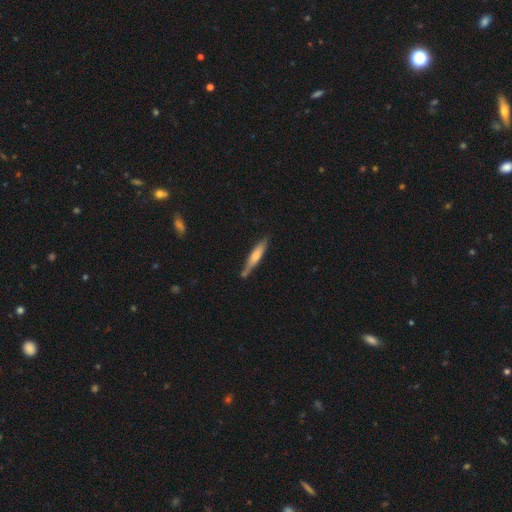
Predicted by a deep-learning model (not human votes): Smooth or featured? Predicted: smooth (p=0.55). How rounded? Predicted: cigar-shaped (p=0.88). Merging? Predicted: none (p=0.70).